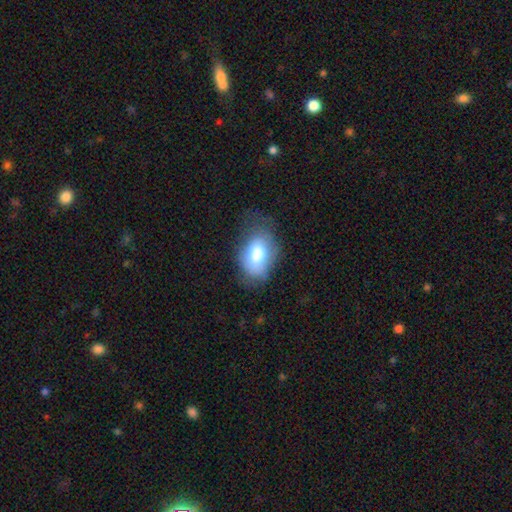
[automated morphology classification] Overall: smooth (75%). How rounded: in between (86%). Merging: none (48%; minor disturbance 30%).